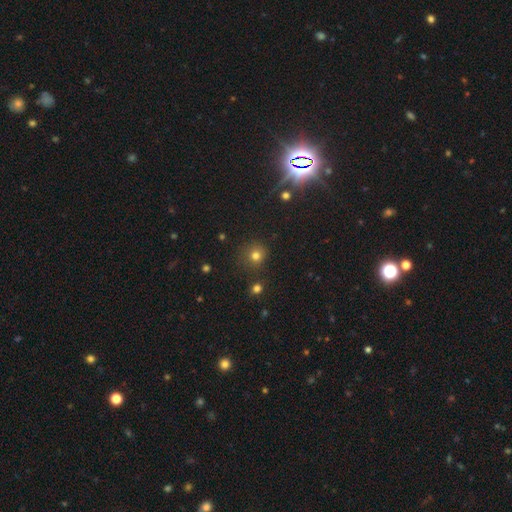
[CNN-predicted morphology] Smooth or featured? smooth (76%)
How rounded? round (92%)
Merging? none (83%)